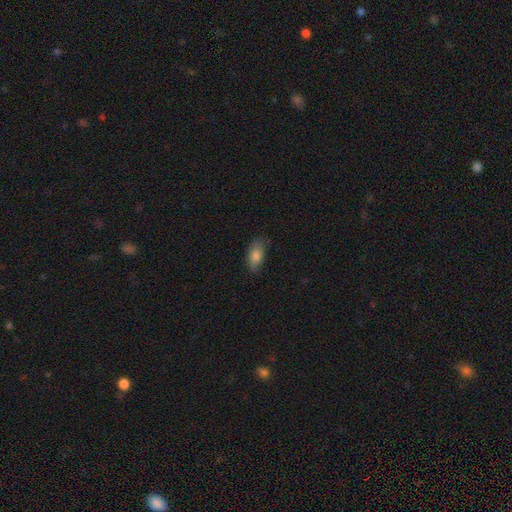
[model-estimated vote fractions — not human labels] Morphology: type=smooth (82%); roundness=in between (90%); merging=none (70%).